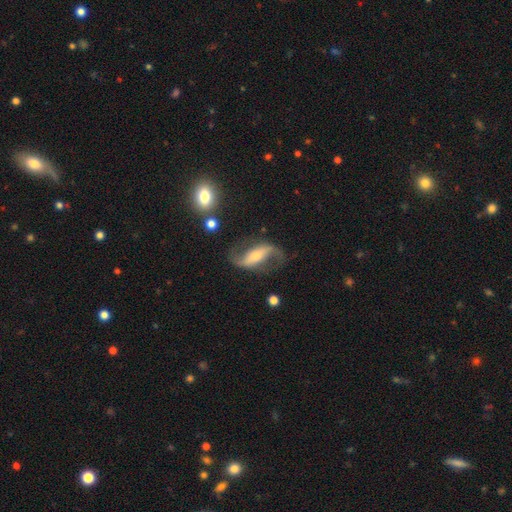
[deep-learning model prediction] This is clearly a featured or disk galaxy (86%). It is clearly not viewed edge-on (94%). Bar: possibly strong (49%). Spiral arm pattern: clearly yes (95%). Spiral arm count: clearly 2 (93%). Spiral winding: likely loose (75%). Central bulge: possibly small (47%). Merging: likely none (73%).